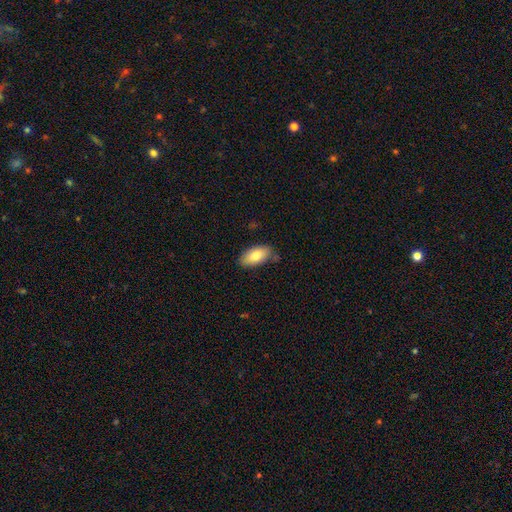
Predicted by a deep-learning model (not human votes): Smooth or featured? smooth (78%)
How rounded? in between (93%)
Merging? none (78%)